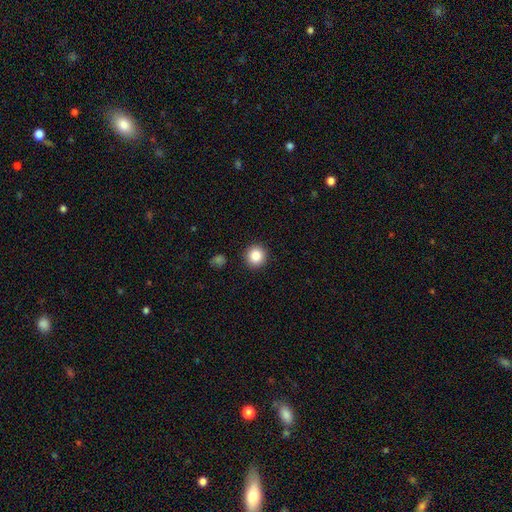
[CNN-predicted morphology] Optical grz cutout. It shows a smooth galaxy with no disk features (86%) that is round (94%). Merging: none (92%).